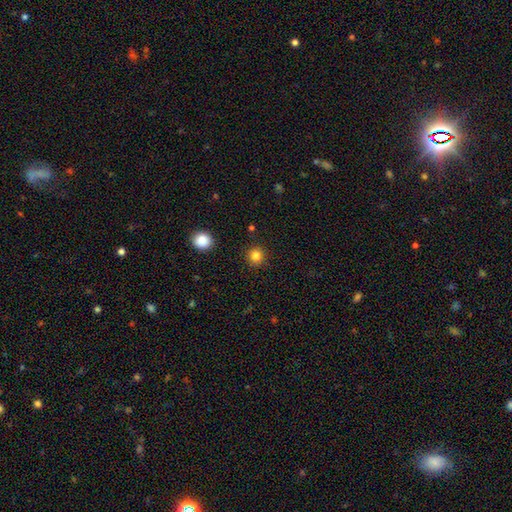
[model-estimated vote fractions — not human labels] Overall: smooth (83%). How rounded: round (93%). Merging: none (91%).